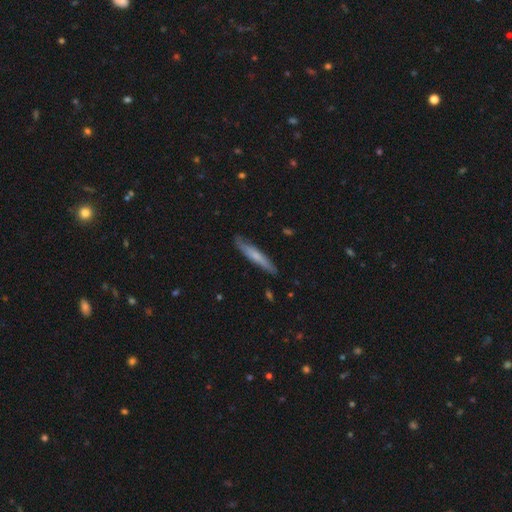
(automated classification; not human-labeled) Smooth or featured: smooth — 55% (featured or disk — 39%)
How rounded: cigar-shaped — 93% (in between — 6%)
Merging: none — 81% (minor disturbance — 15%)